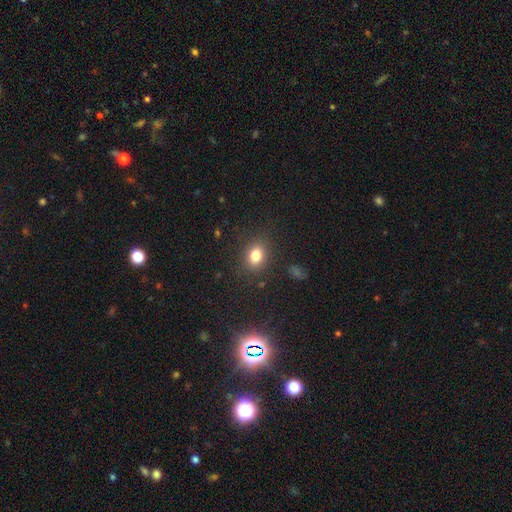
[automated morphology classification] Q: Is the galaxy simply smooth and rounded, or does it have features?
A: smooth — 80%.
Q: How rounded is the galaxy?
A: in between — 59%.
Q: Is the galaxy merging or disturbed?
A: none — 85%.